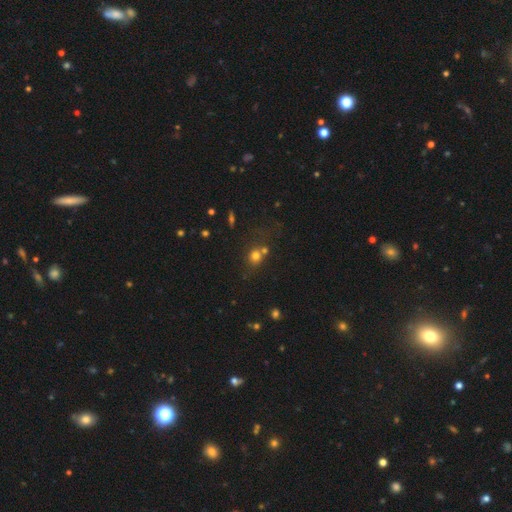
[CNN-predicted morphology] smooth_or_featured: smooth (p=0.71) [alt: star or artifact p=0.18]
how_rounded: round (p=0.79) [alt: in between p=0.20]
merging: none (p=0.53) [alt: merger p=0.31]